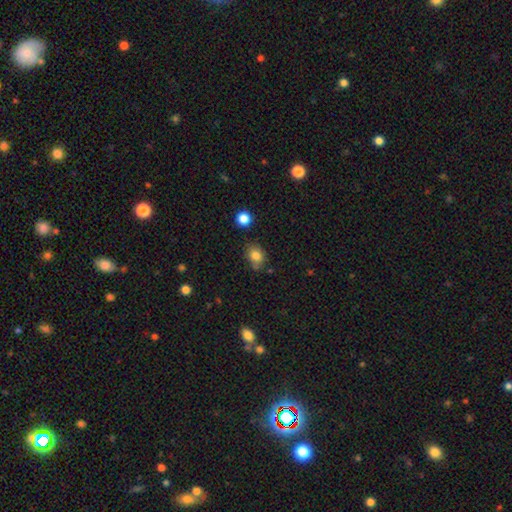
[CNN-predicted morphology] smooth-or-featured: smooth: 82% | star or artifact: 11% | featured or disk: 7%
  how-rounded: round: 50% | in between: 49% | cigar-shaped: 1%
  merging: none: 70% | minor disturbance: 20% | merger: 6% | major disturbance: 4%